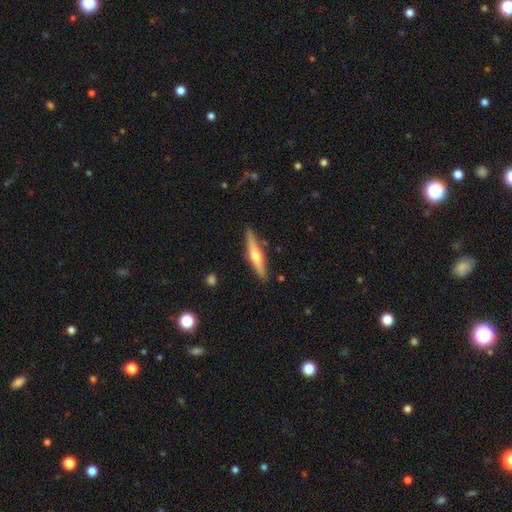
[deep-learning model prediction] smooth-or-featured: featured or disk: 60% | smooth: 34% | star or artifact: 5%
  disk-edge-on: yes: 96% | no: 4%
    edge-on-bulge: rounded: 92% | none: 4% | boxy: 4%
  merging: none: 87% | minor disturbance: 9% | merger: 2% | major disturbance: 2%